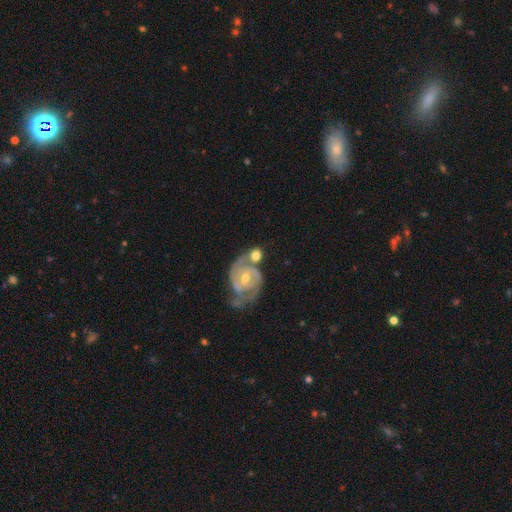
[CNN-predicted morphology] Smooth or featured? featured or disk (58%)
Edge-on disk? no (96%)
Bar? no (45%)
Spiral arms? yes (85%)
Bulge size? moderate (56%)
Merging? none (40%)